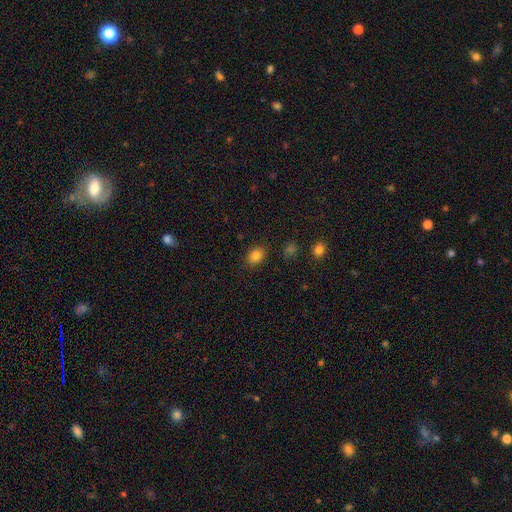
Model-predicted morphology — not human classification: The model was most divided on "how rounded": in between: 62%, round: 37%, cigar-shaped: 1%. More confident: merging — none (85%); smooth or featured — smooth (82%).